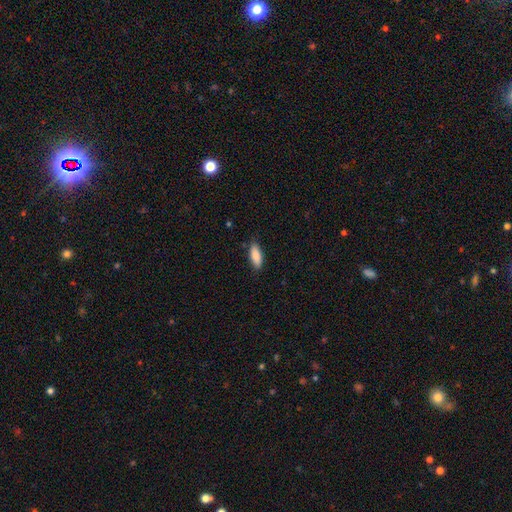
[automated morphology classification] Smooth or featured: smooth — 86% (featured or disk — 7%)
How rounded: in between — 76% (cigar-shaped — 23%)
Merging: none — 82% (minor disturbance — 14%)